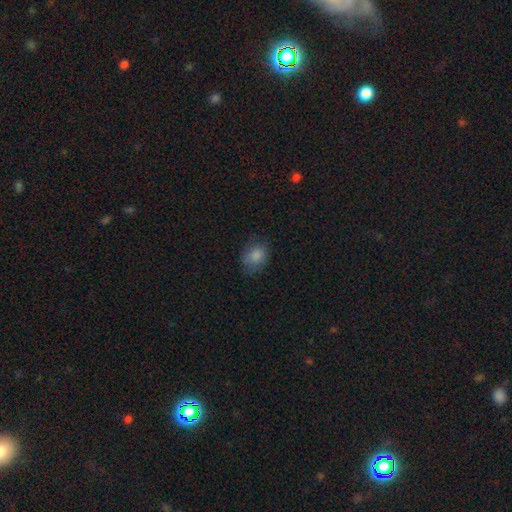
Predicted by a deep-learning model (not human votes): The model was most divided on "how rounded": in between: 54%, round: 45%, cigar-shaped: 1%. More confident: smooth or featured — smooth (83%); merging — none (70%).